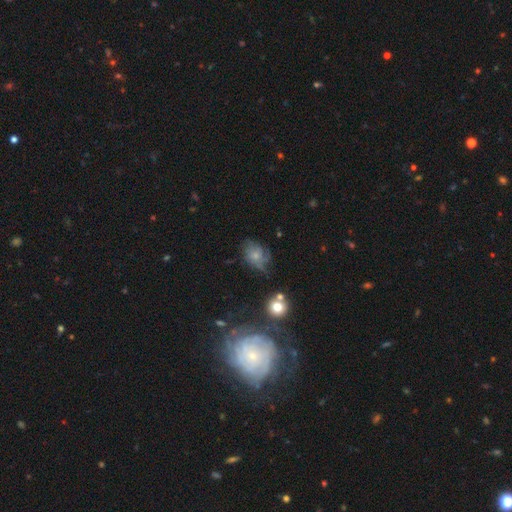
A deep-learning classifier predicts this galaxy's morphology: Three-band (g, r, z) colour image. It shows a smooth galaxy with no disk features (47%). Merging: none (48%).